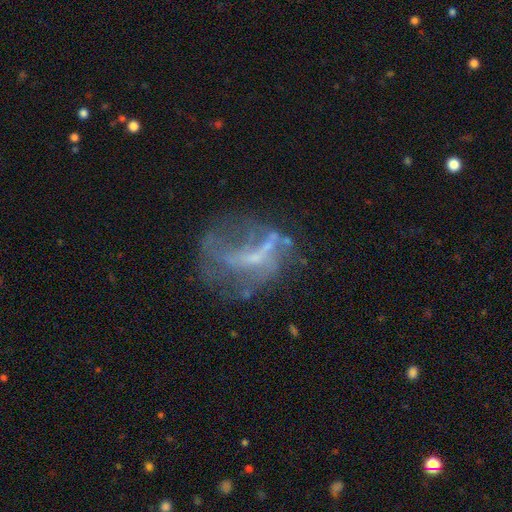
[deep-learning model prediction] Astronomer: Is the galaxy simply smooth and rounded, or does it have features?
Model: featured or disk — 62%.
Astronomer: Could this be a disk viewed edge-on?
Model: no — 96%.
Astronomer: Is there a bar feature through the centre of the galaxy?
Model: no — 55%.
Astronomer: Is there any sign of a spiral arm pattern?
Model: no — 72%.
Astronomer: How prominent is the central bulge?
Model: none — 49% (runner-up: small, 38%).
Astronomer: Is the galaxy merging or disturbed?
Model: major disturbance — 38%, tied with none at 38%.